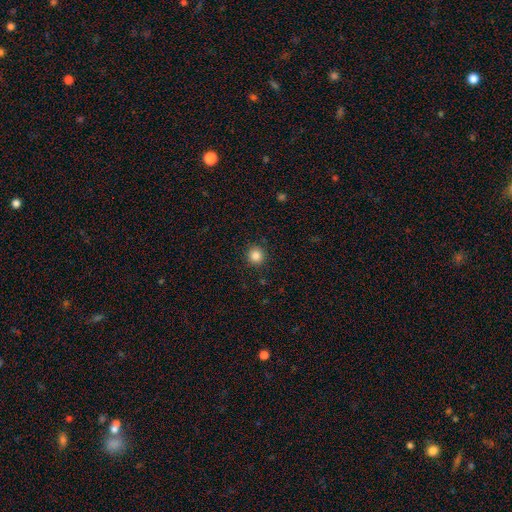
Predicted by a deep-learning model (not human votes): smooth_or_featured: smooth (p=0.85) [alt: star or artifact p=0.11]
how_rounded: round (p=0.94) [alt: in between p=0.05]
merging: none (p=0.91) [alt: minor disturbance p=0.06]